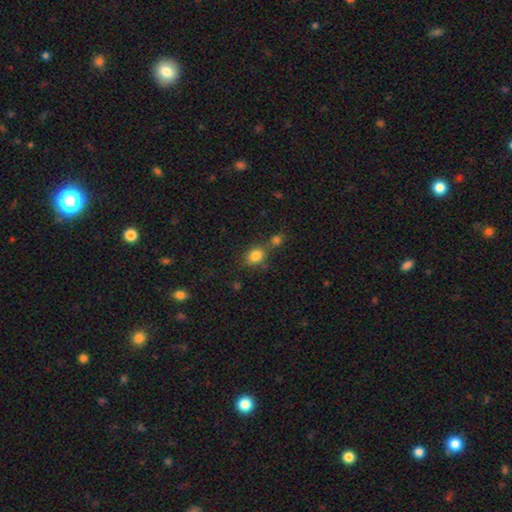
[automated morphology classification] type=smooth (82%); roundness=round (51%); merging=none (52%).